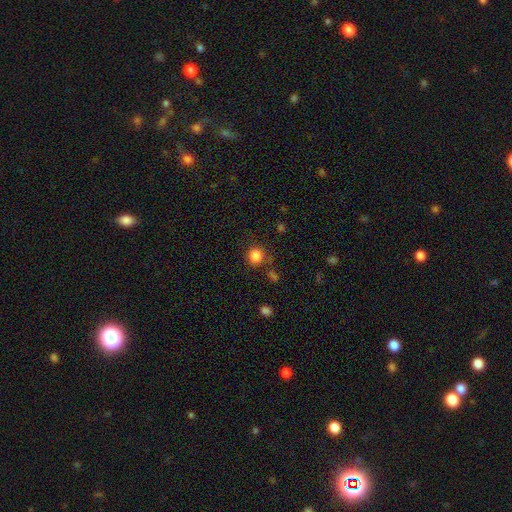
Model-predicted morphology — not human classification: Smooth or featured? smooth (85%)
How rounded? round (87%)
Merging? none (77%)